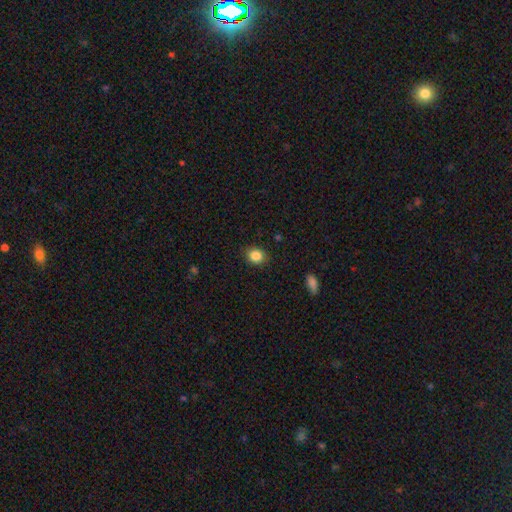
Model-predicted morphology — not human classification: This is clearly a smooth galaxy (86%). How rounded: likely round (64%). Merging: clearly none (87%).